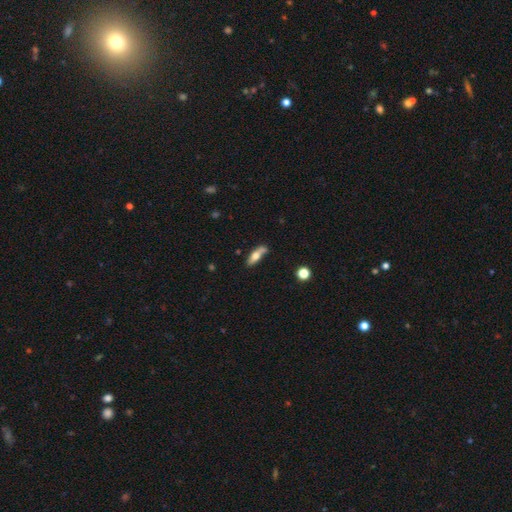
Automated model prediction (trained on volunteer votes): The model was most divided on "how rounded": in between: 59%, cigar-shaped: 38%, round: 3%. More confident: merging — none (64%); smooth or featured — smooth (61%).